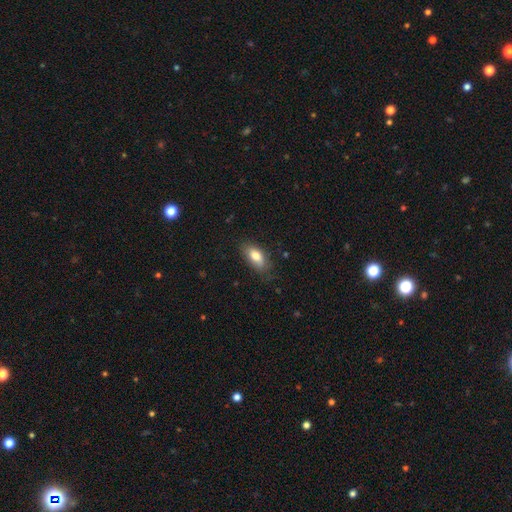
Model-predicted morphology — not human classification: type=smooth (79%); roundness=in between (88%); merging=none (74%).